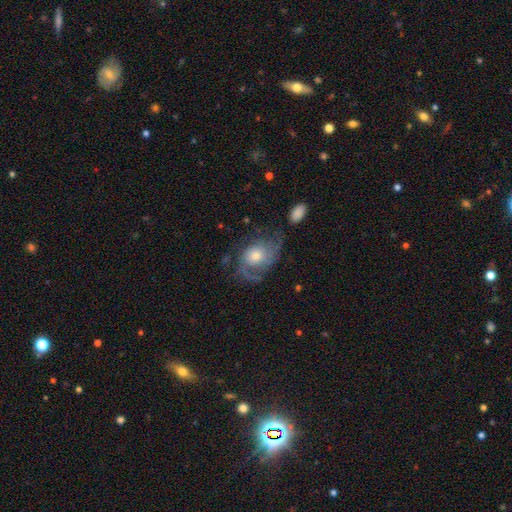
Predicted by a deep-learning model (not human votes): Overall: featured or disk (75%). Edge-on disk: no (97%). Bar: no (77%). Spiral arms: yes (90%). Spiral arm count: 2 (51%; can't tell 17%). Spiral winding: medium (42%; loose 34%). Bulge size: moderate (56%; small 31%). Merging: none (48%; major disturbance 26%).